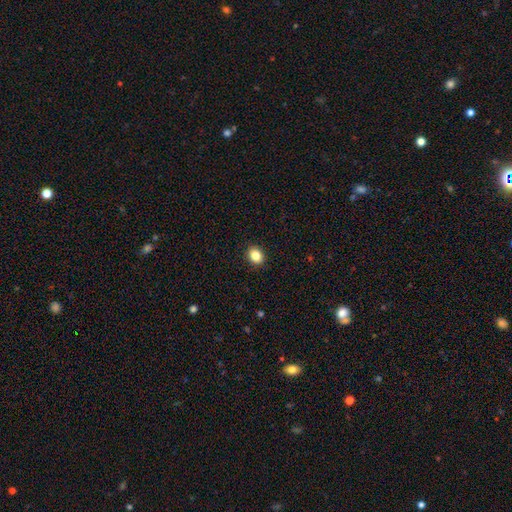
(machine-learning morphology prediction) This is clearly a smooth galaxy (85%). How rounded: possibly in between (51%). Merging: clearly none (92%).